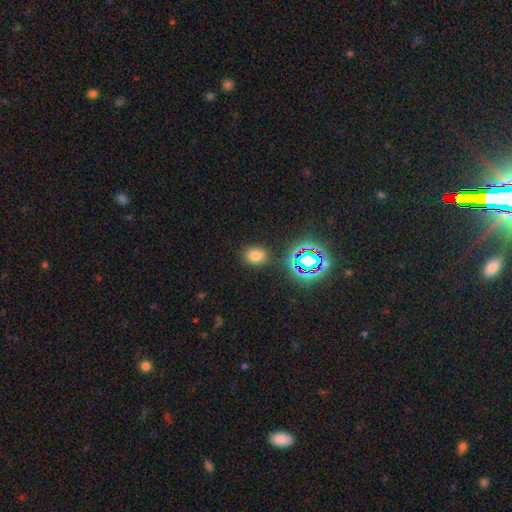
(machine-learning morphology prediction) smooth-or-featured: smooth: 71% | star or artifact: 22% | featured or disk: 7%
  how-rounded: in between: 55% | round: 44% | cigar-shaped: 1%
  merging: none: 84% | minor disturbance: 10% | major disturbance: 3% | merger: 3%